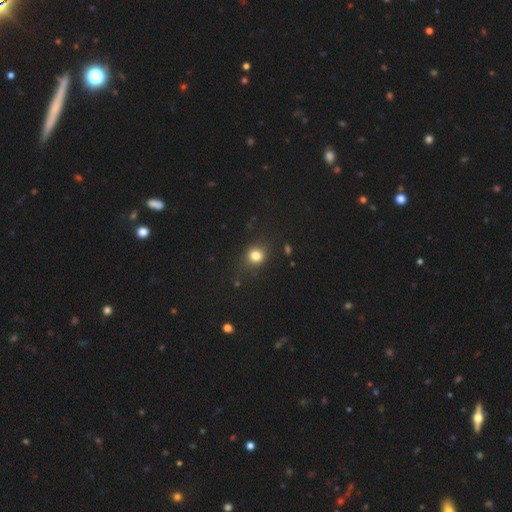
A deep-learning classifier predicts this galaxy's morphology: A smooth galaxy with no disk features (80%) that is round (78%). Merging: none (81%).